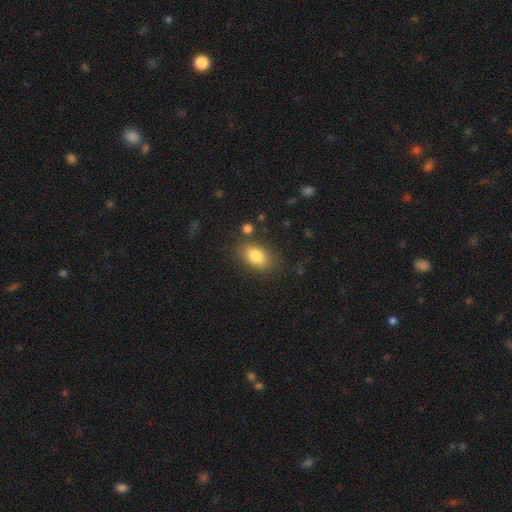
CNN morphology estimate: type=smooth (82%); roundness=in between (86%); merging=none (79%).